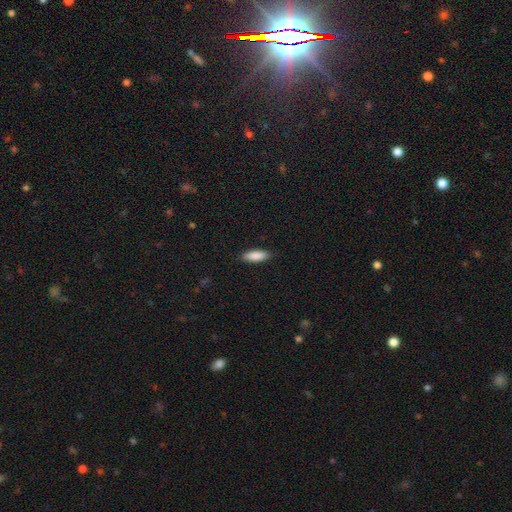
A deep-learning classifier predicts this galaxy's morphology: The model was most divided on "how rounded": in between: 64%, cigar-shaped: 34%, round: 2%. More confident: smooth or featured — smooth (88%); merging — none (87%).